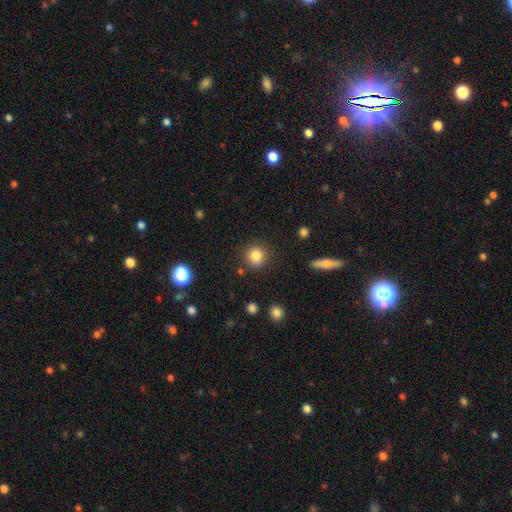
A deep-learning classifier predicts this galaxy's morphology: A smooth galaxy with no disk features (83%) that is round (88%).

Vote fractions:
- Smooth or featured? smooth: 83% / star or artifact: 11% / featured or disk: 6%
- How rounded? round: 88% / in between: 10% / cigar-shaped: 1%
- Merging? none: 85% / minor disturbance: 9% / major disturbance: 3% / merger: 3%